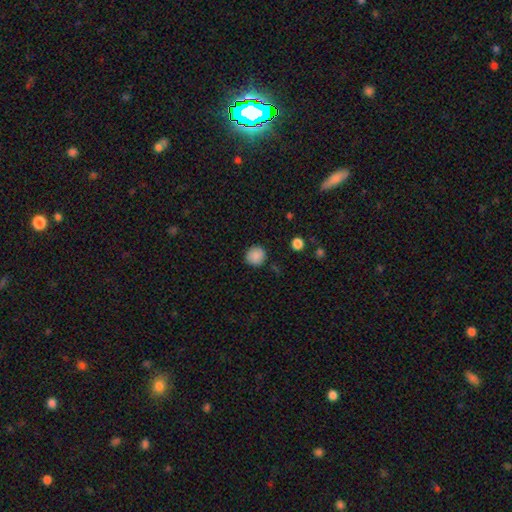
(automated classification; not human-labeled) Morphology: type=smooth (88%); roundness=round (90%); merging=none (88%).